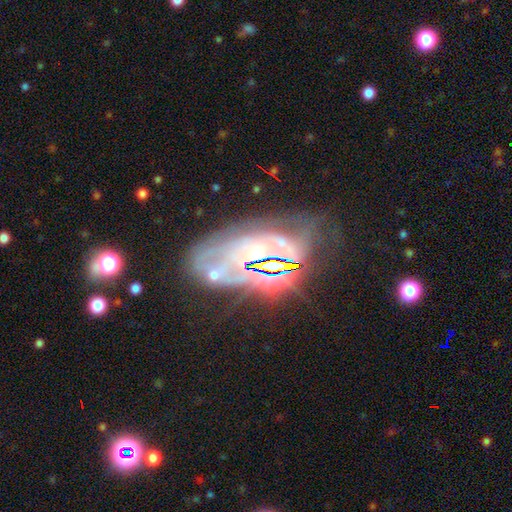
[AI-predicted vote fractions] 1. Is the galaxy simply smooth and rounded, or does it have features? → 54% featured or disk, 32% star or artifact, 14% smooth.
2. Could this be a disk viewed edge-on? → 90% no, 10% yes.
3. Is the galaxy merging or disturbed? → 52% none, 21% minor disturbance, 19% major disturbance, 8% merger.